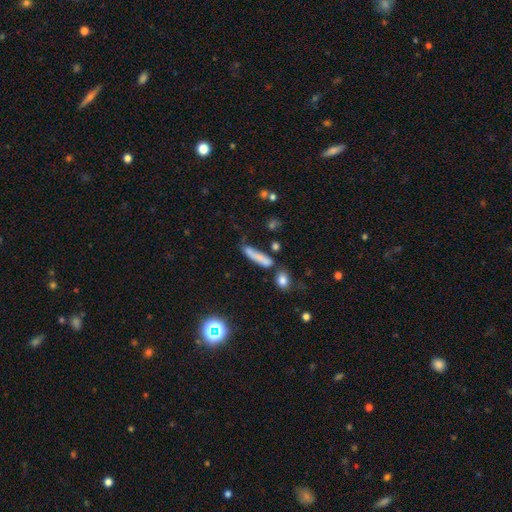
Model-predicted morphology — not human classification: smooth 74%, featured or disk 16%, star or artifact 10%. Down the decision tree: how rounded — cigar-shaped (79%); merging — none (50%).